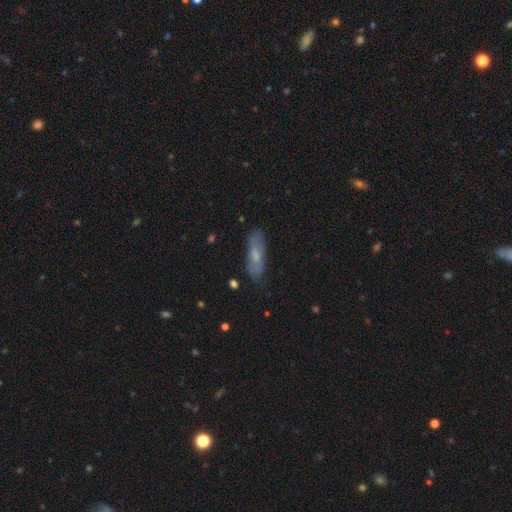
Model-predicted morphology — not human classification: smooth 57%, featured or disk 35%, star or artifact 7%. Down the decision tree: how rounded — cigar-shaped (51%); merging — none (74%).